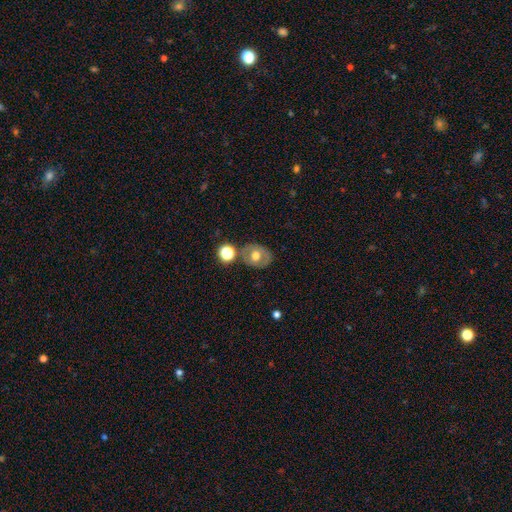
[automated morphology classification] A smooth galaxy with no disk features (51%) that is round (54%).

Vote fractions:
- Smooth or featured? smooth: 51% / featured or disk: 38% / star or artifact: 10%
- How rounded? round: 54% / in between: 45% / cigar-shaped: 1%
- Merging? none: 71% / minor disturbance: 14% / merger: 11% / major disturbance: 5%